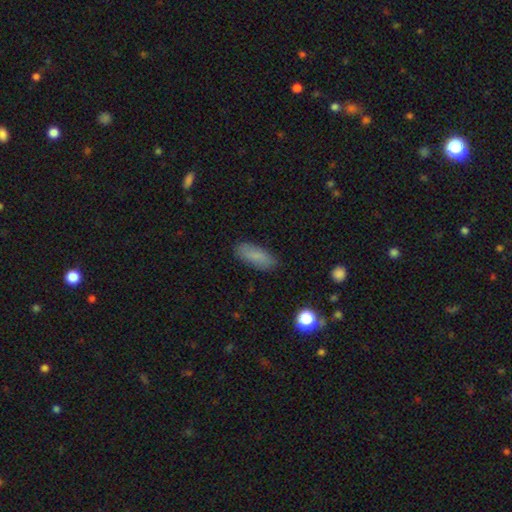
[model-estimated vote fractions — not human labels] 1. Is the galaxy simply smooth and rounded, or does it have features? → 83% smooth, 10% featured or disk, 8% star or artifact.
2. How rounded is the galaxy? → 69% in between, 29% cigar-shaped, 2% round.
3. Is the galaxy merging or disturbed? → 85% none, 11% minor disturbance, 2% major disturbance, 1% merger.